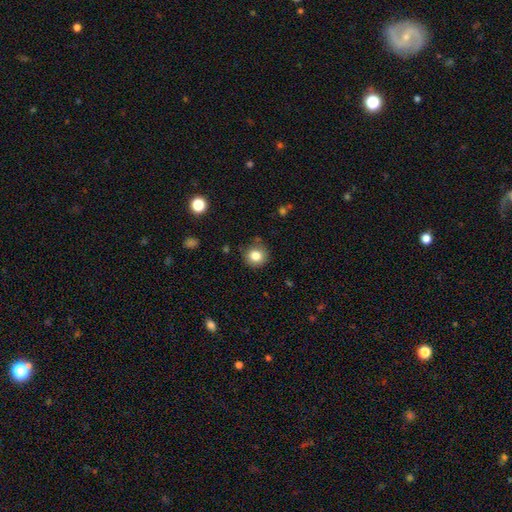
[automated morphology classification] type=smooth (82%); roundness=round (91%); merging=none (85%).